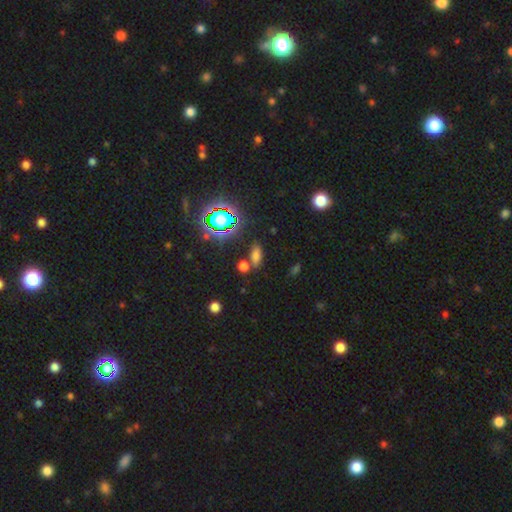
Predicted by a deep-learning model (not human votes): A smooth galaxy with no disk features (65%) that is in between round and cigar-shaped (77%). Merging: none (74%).